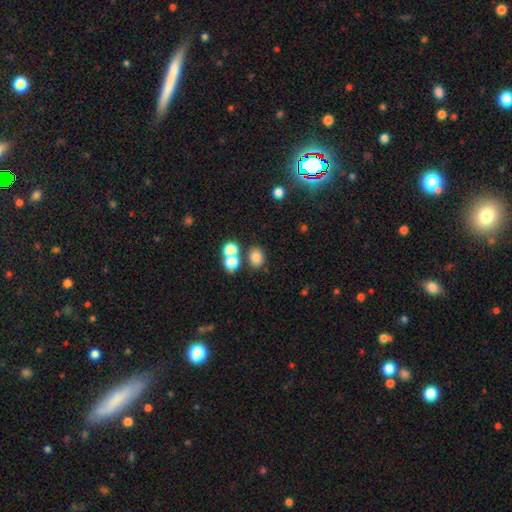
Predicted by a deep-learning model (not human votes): This is likely a smooth galaxy (78%). How rounded: possibly in between (50%). Merging: likely none (69%).